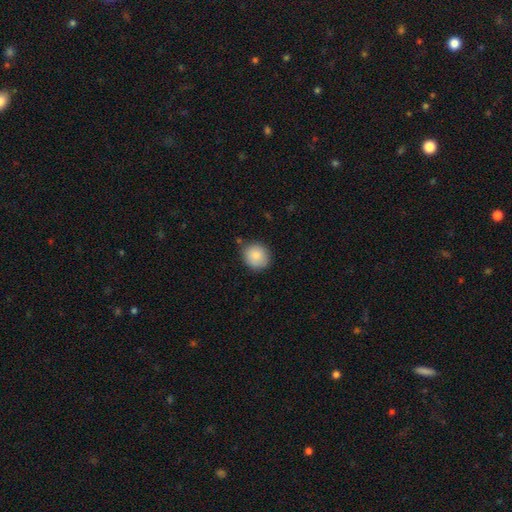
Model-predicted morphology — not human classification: type=smooth (85%); roundness=round (88%); merging=none (82%).